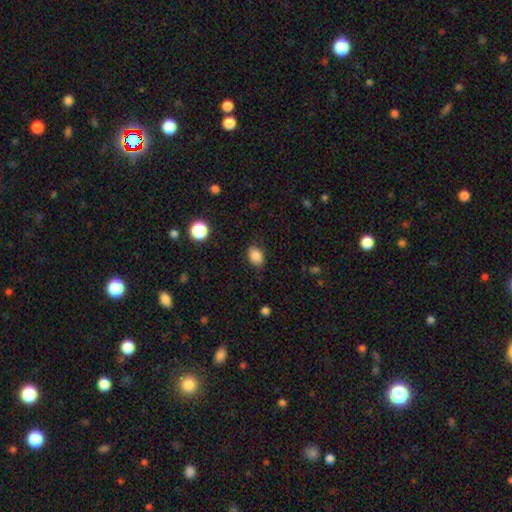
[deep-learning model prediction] A smooth galaxy with no disk features (85%) that is in between round and cigar-shaped (72%).

Vote fractions:
- Smooth or featured? smooth: 85% / star or artifact: 10% / featured or disk: 5%
- How rounded? in between: 72% / round: 27% / cigar-shaped: 1%
- Merging? none: 83% / minor disturbance: 12% / major disturbance: 3% / merger: 1%